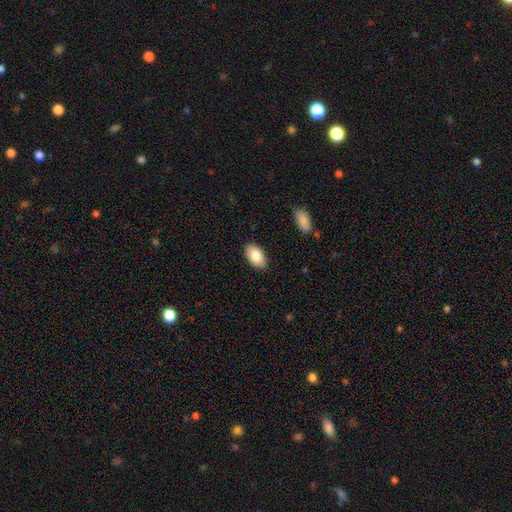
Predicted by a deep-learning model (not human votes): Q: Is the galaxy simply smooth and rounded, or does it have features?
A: smooth — 85%.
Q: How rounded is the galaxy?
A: in between — 94%.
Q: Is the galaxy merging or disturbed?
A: none — 88%.